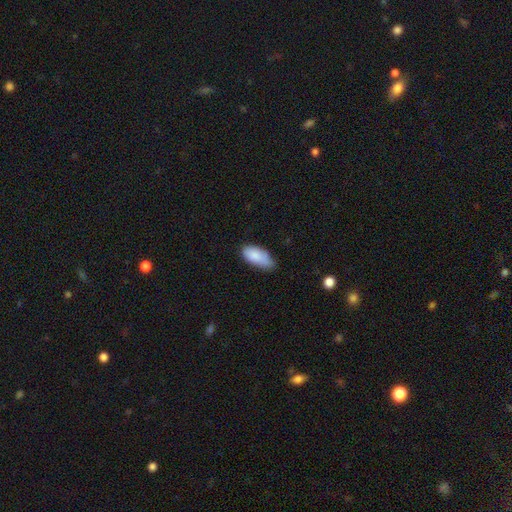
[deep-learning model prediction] This appears to be a smooth galaxy with no disk features (86%) that is in between round and cigar-shaped (91%). Merging: none (53%).